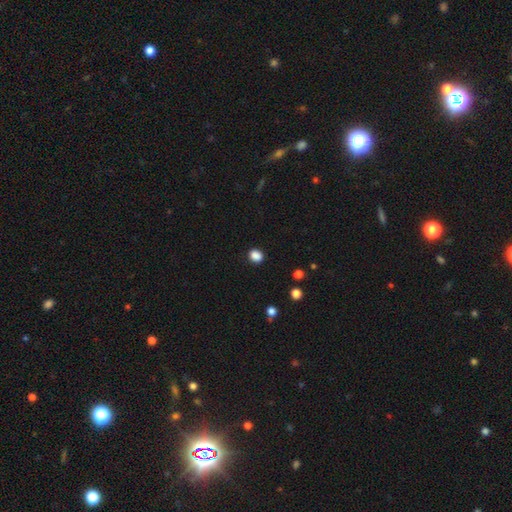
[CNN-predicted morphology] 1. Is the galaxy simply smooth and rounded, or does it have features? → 86% smooth, 11% star or artifact, 3% featured or disk.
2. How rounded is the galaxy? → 56% round, 43% in between, 1% cigar-shaped.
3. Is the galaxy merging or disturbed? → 87% none, 9% minor disturbance, 2% major disturbance, 1% merger.